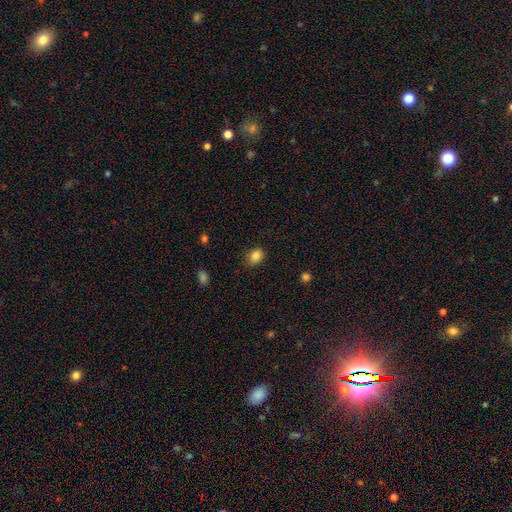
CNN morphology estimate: This is clearly a smooth galaxy (87%). How rounded: likely in between (65%). Merging: likely none (79%).